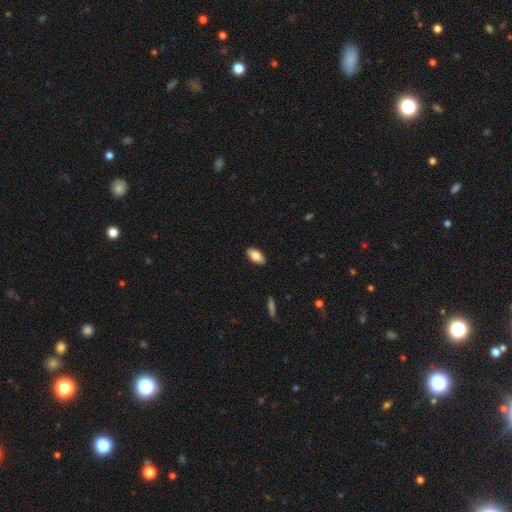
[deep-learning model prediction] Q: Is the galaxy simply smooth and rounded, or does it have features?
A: smooth — 81%.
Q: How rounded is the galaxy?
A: in between — 92%.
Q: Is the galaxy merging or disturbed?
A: none — 89%.